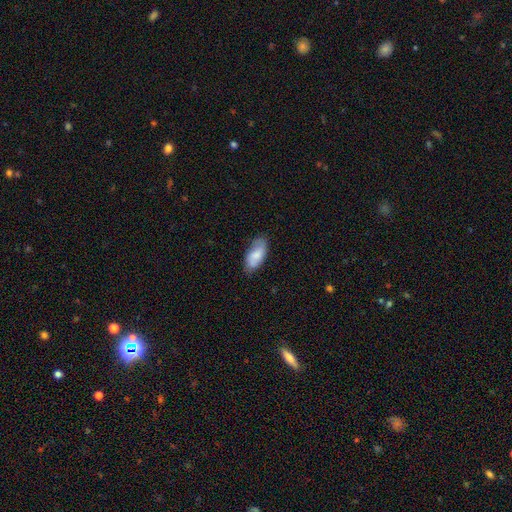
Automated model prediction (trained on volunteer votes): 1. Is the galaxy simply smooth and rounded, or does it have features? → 69% smooth, 25% featured or disk, 7% star or artifact.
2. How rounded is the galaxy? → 89% in between, 9% cigar-shaped, 2% round.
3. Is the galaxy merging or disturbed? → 71% none, 23% minor disturbance, 5% major disturbance, 2% merger.